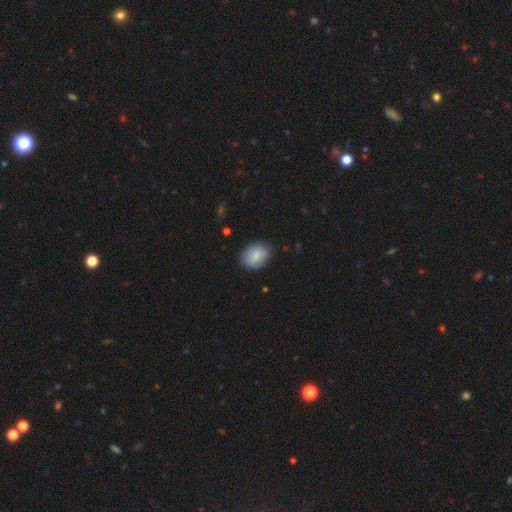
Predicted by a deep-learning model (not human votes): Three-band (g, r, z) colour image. It shows a smooth galaxy with no disk features (82%) that is in between round and cigar-shaped (63%). Merging: none (82%).